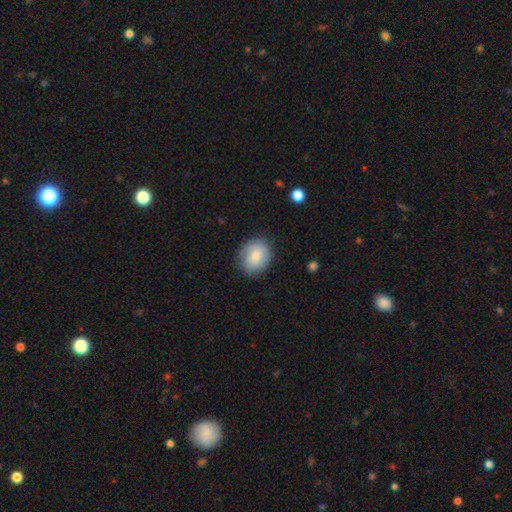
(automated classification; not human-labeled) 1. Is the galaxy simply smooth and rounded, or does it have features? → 70% smooth, 23% featured or disk, 7% star or artifact.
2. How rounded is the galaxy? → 58% round, 41% in between, 1% cigar-shaped.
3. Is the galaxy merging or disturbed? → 80% none, 15% minor disturbance, 4% major disturbance, 1% merger.